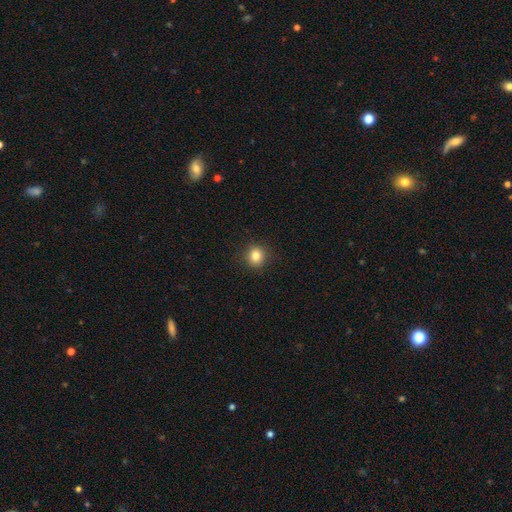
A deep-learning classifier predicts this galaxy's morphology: This is clearly a smooth galaxy (83%). How rounded: clearly round (85%). Merging: clearly none (90%).